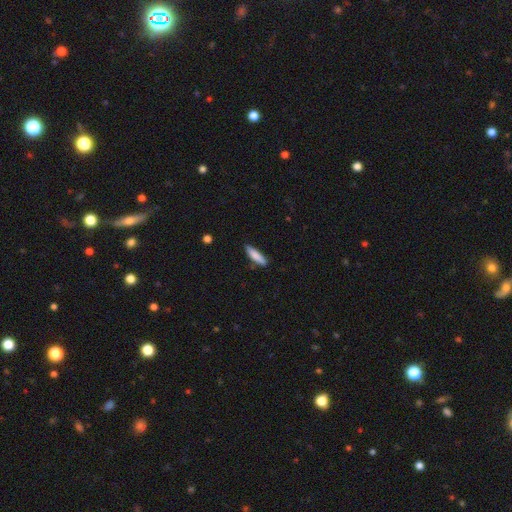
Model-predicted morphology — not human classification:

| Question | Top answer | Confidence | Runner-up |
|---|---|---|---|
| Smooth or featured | smooth | 82% | featured or disk (12%) |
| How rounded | cigar-shaped | 76% | in between (23%) |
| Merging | none | 82% | minor disturbance (14%) |